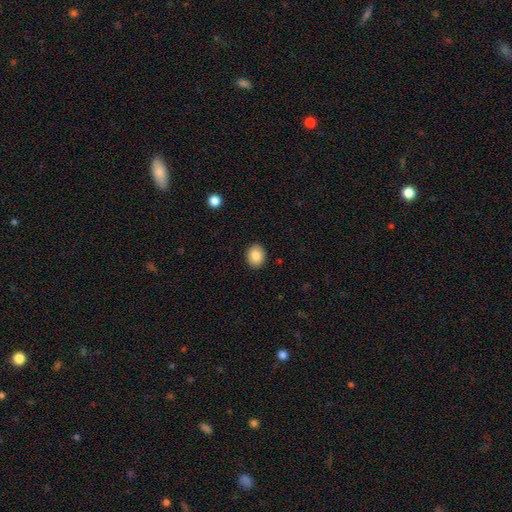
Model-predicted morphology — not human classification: Smooth or featured? Predicted: smooth (p=0.85). How rounded? Predicted: round (p=0.62). Merging? Predicted: none (p=0.91).